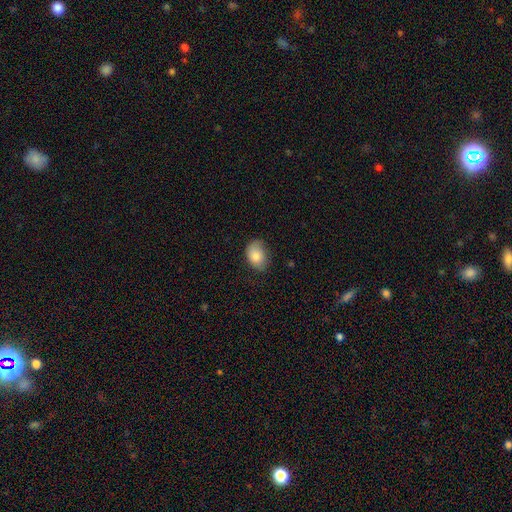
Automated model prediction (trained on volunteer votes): smooth-or-featured: smooth: 83% | featured or disk: 10% | star or artifact: 8%
  how-rounded: in between: 76% | round: 23% | cigar-shaped: 1%
  merging: none: 63% | minor disturbance: 29% | major disturbance: 7% | merger: 1%